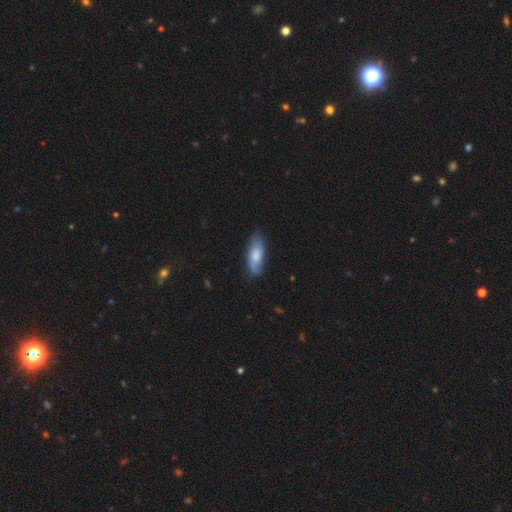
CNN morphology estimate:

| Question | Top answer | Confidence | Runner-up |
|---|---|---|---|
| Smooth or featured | smooth | 66% | featured or disk (27%) |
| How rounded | in between | 73% | cigar-shaped (25%) |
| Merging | none | 67% | minor disturbance (25%) |